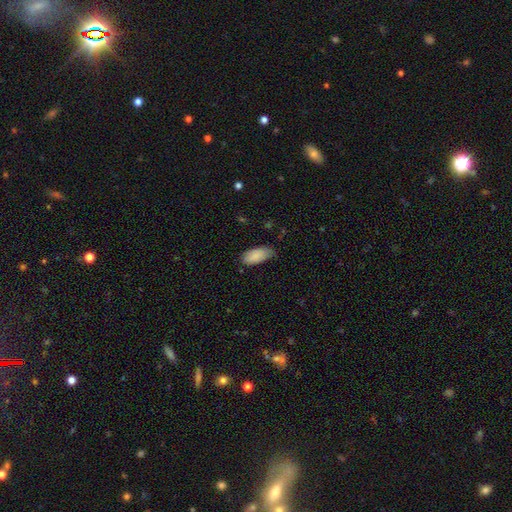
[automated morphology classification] A smooth galaxy with no disk features (88%) that is in between round and cigar-shaped (91%).

Vote fractions:
- Smooth or featured? smooth: 88% / star or artifact: 6% / featured or disk: 6%
- How rounded? in between: 91% / cigar-shaped: 7% / round: 2%
- Merging? none: 58% / minor disturbance: 35% / major disturbance: 6% / merger: 1%